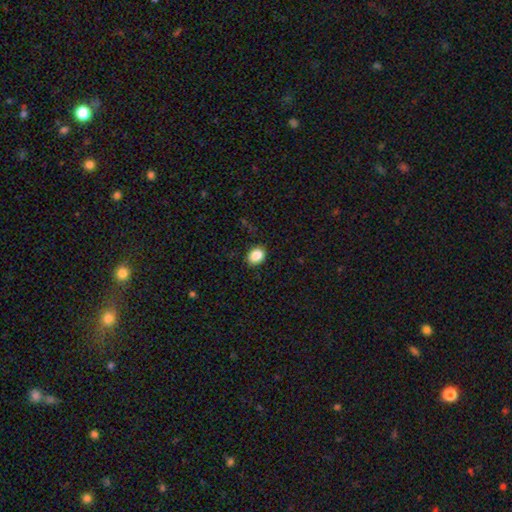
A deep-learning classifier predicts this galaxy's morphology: This is clearly a smooth galaxy (87%). How rounded: possibly in between (59%). Merging: clearly none (86%).